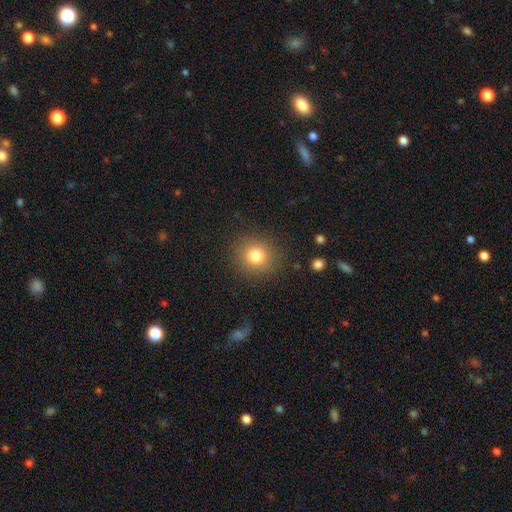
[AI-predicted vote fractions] smooth 79%, star or artifact 12%, featured or disk 8%. Down the decision tree: how rounded — round (85%); merging — none (88%).